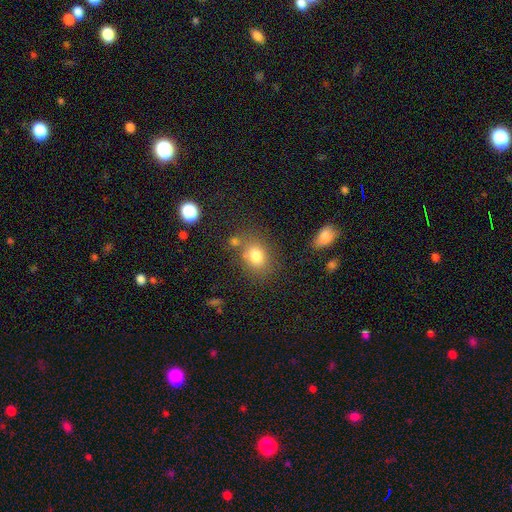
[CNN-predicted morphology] Smooth or featured? Predicted: smooth (p=0.79). How rounded? Predicted: in between (p=0.58). Merging? Predicted: none (p=0.69).